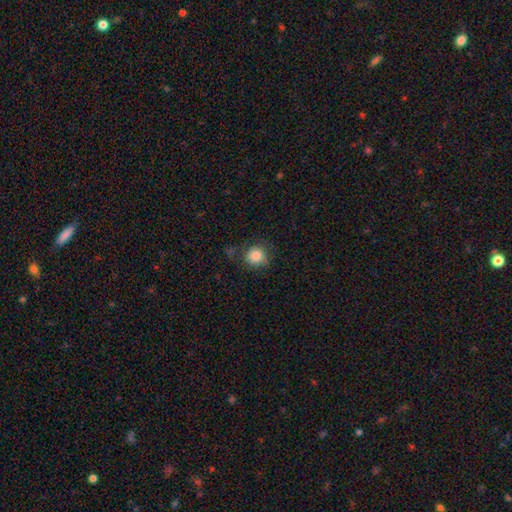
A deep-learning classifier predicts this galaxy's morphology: Q: Smooth or featured?
A: smooth (85%); runner-up: star or artifact (9%)
Q: How rounded?
A: round (89%); runner-up: in between (10%)
Q: Merging?
A: none (71%); runner-up: minor disturbance (19%)